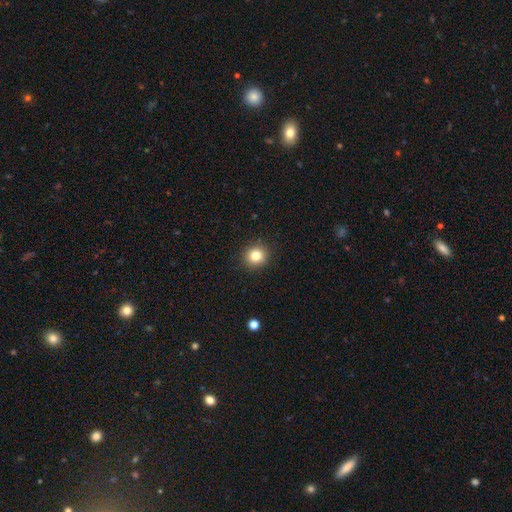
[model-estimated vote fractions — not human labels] This appears to be a smooth galaxy with no disk features (82%) that is round (89%). Merging: none (91%).